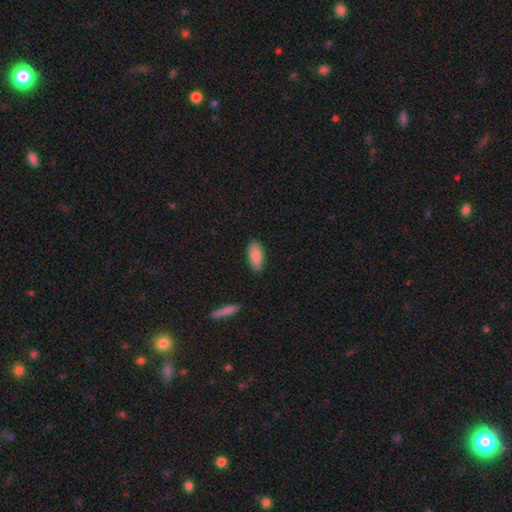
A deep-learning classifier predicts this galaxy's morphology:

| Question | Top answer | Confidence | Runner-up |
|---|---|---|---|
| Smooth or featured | smooth | 87% | featured or disk (6%) |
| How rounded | in between | 88% | cigar-shaped (10%) |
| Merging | none | 85% | minor disturbance (11%) |